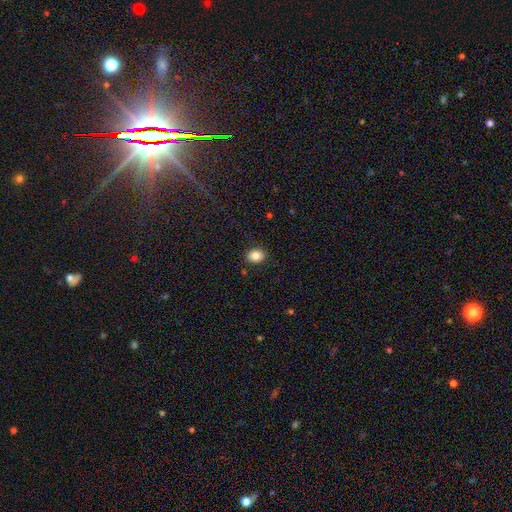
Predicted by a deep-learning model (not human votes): Smooth or featured? smooth (84%)
How rounded? in between (59%)
Merging? none (88%)